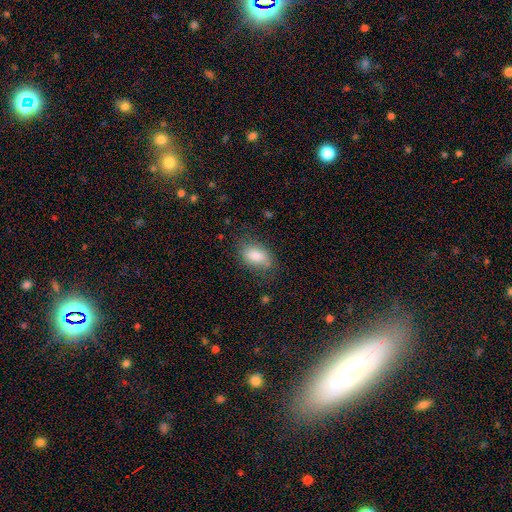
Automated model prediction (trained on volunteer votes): A smooth galaxy with no disk features (82%) that is in between round and cigar-shaped (90%). Merging: none (67%).